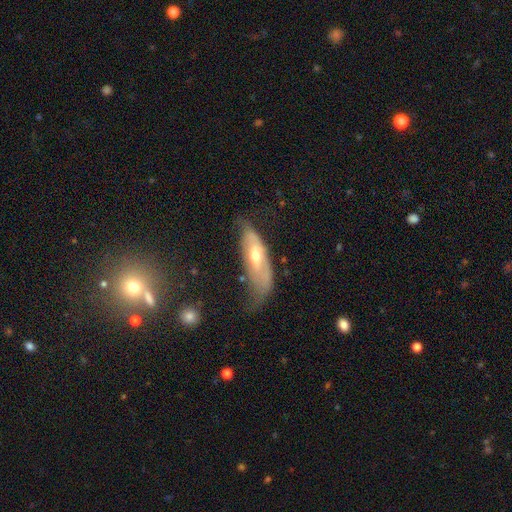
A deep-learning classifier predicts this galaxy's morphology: type=featured or disk (55%); edge-on=no (71%); merging=none (39%).